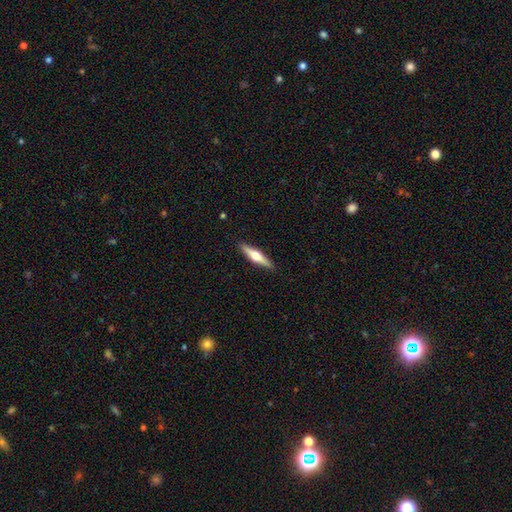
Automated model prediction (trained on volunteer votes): This appears to be a featured or disk galaxy (59%) viewed edge-on (96%) with a rounded central bulge (95%). Merging: none (90%).